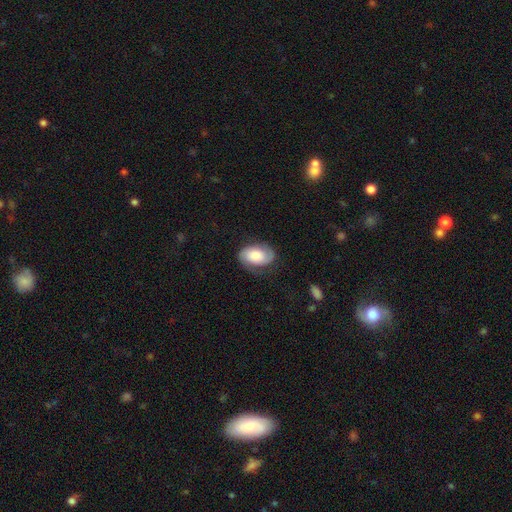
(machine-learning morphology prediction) Q: Smooth or featured?
A: featured or disk (57%); runner-up: smooth (35%)
Q: Edge-on disk?
A: no (97%); runner-up: yes (3%)
Q: Bar?
A: no (69%); runner-up: weak (24%)
Q: Spiral arms?
A: yes (89%); runner-up: no (11%)
Q: Bulge size?
A: large (36%); runner-up: moderate (33%)
Q: Merging?
A: none (68%); runner-up: minor disturbance (21%)